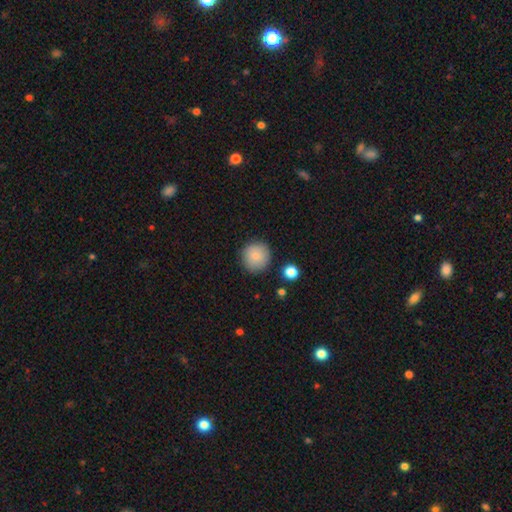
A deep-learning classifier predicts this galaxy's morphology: smooth_or_featured: smooth (p=0.82) [alt: star or artifact p=0.09]
how_rounded: round (p=0.93) [alt: in between p=0.06]
merging: none (p=0.87) [alt: minor disturbance p=0.09]